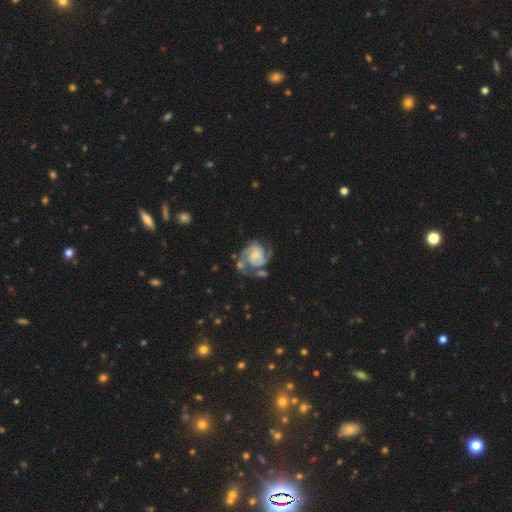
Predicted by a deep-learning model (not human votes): A featured or disk galaxy (87%) with no bar (63%), 2 (79%) tight (48%) spiral arms (97%) and a small central bulge (37%).

Vote fractions:
- Smooth or featured? featured or disk: 87% / smooth: 8% / star or artifact: 5%
- Edge-on disk? no: 98% / yes: 2%
- Bar? no: 63% / weak: 30% / strong: 8%
- Spiral arms? yes: 97% / no: 3%
- Spiral winding? tight: 48% / medium: 42% / loose: 10%
- Spiral arm count? 2: 79% / 3: 9% / can't tell: 6% / 1: 3% / 4: 2% / more than 4: 2%
- Bulge size? small: 37% / moderate: 31% / none: 17% / large: 12% / dominant: 2%
- Merging? none: 58% / minor disturbance: 20% / major disturbance: 14% / merger: 8%